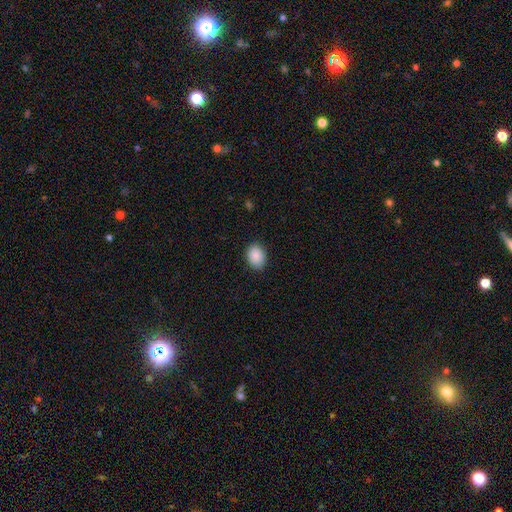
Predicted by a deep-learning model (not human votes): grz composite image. It shows a smooth galaxy with no disk features (89%) that is in between round and cigar-shaped (72%). Merging: none (87%).